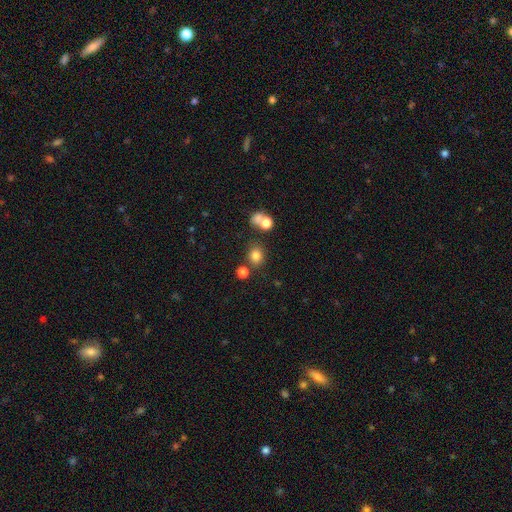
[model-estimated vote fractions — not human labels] smooth-or-featured: smooth: 79% | star or artifact: 14% | featured or disk: 7%
  how-rounded: round: 71% | in between: 28% | cigar-shaped: 1%
  merging: none: 74% | merger: 11% | minor disturbance: 10% | major disturbance: 4%